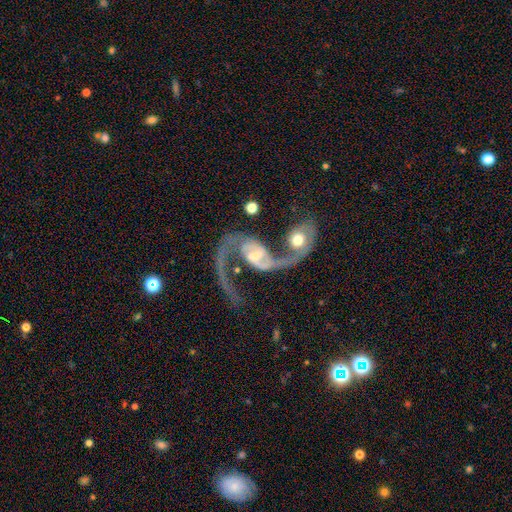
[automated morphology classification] This is clearly a featured or disk galaxy (89%). It is clearly not viewed edge-on (97%). Bar: possibly weak (47%). Spiral arm pattern: clearly yes (95%). Spiral arm count: clearly 2 (86%). Spiral winding: likely loose (72%). Central bulge: possibly moderate (48%). Merging: possibly merger (54%).